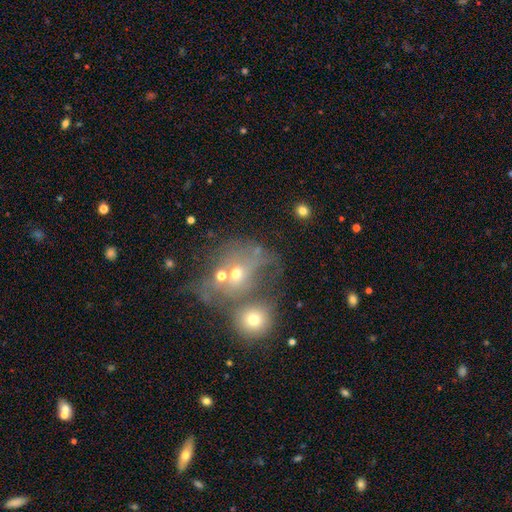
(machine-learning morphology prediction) type=smooth (45%); merging=merger (54%).